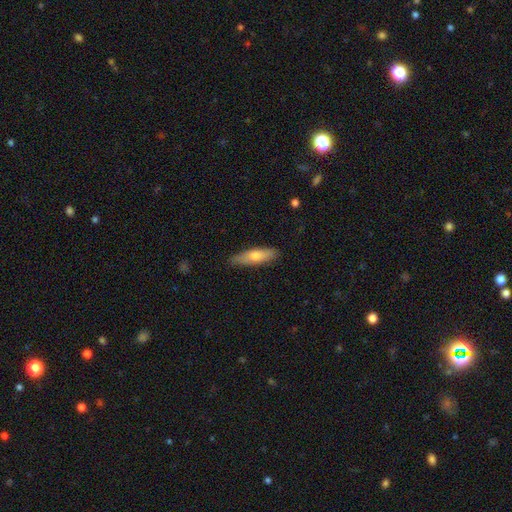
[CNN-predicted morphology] This is likely a smooth galaxy (62%). How rounded: likely cigar-shaped (67%). Merging: clearly none (85%).